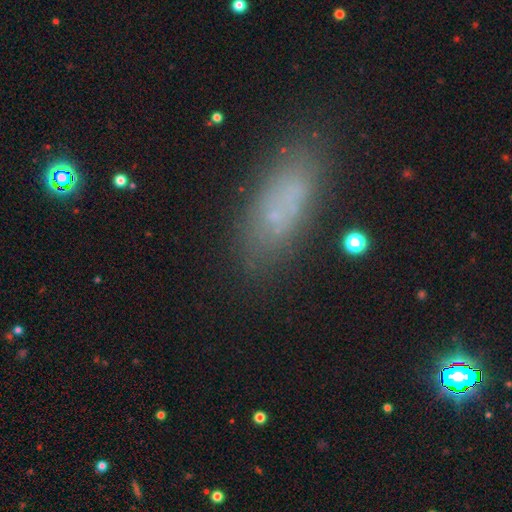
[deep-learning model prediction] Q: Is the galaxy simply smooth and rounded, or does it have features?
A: smooth — 65%.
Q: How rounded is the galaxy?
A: in between — 69%.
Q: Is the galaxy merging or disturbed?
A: none — 79%.